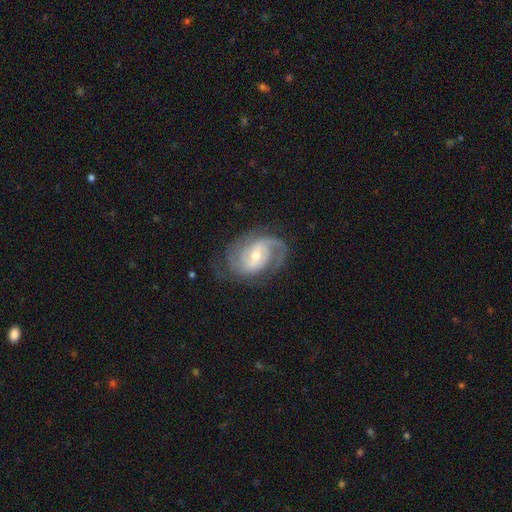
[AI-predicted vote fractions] Smooth or featured? Predicted: featured or disk (p=0.90). Edge-on disk? Predicted: no (p=0.97). Bar? Predicted: weak (p=0.52). Spiral arms? Predicted: yes (p=0.97). Spiral winding? Predicted: medium (p=0.47). Spiral arm count? Predicted: 2 (p=0.58). Bulge size? Predicted: moderate (p=0.52). Merging? Predicted: none (p=0.71).